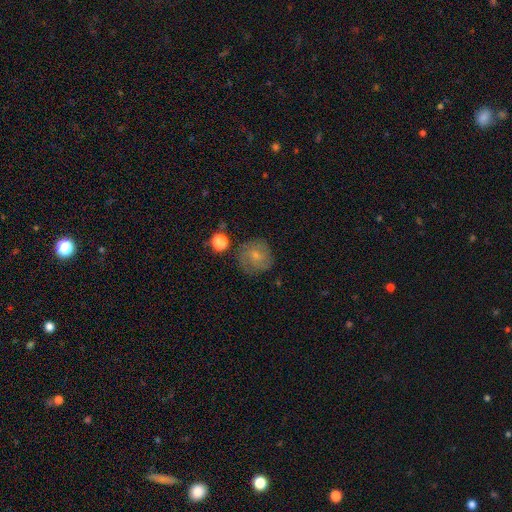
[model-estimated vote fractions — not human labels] smooth_or_featured: smooth (p=0.62) [alt: featured or disk p=0.28]
how_rounded: round (p=0.90) [alt: in between p=0.09]
merging: none (p=0.72) [alt: minor disturbance p=0.18]